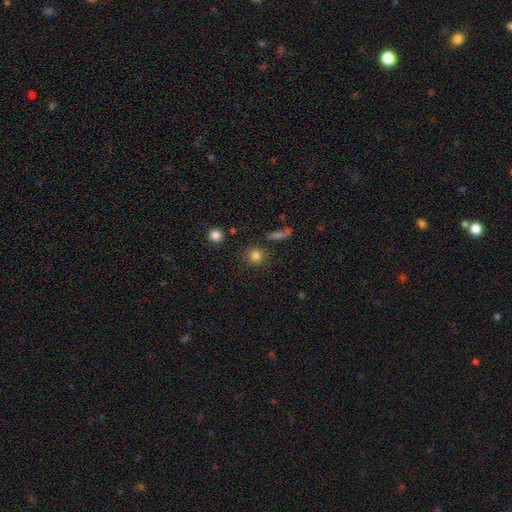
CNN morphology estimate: Smooth or featured: smooth — 82% (star or artifact — 12%)
How rounded: round — 91% (in between — 7%)
Merging: none — 87% (minor disturbance — 7%)